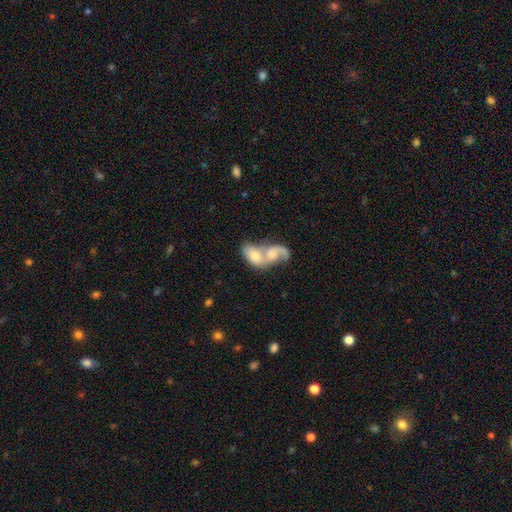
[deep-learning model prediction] Overall: smooth (52%; featured or disk 41%). How rounded: in between (87%). Merging: merger (82%).